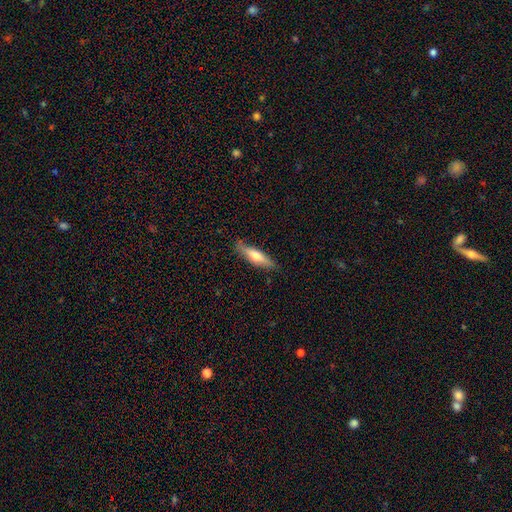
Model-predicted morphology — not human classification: smooth 54%, featured or disk 40%, star or artifact 6%. Down the decision tree: how rounded — cigar-shaped (72%); merging — none (81%).